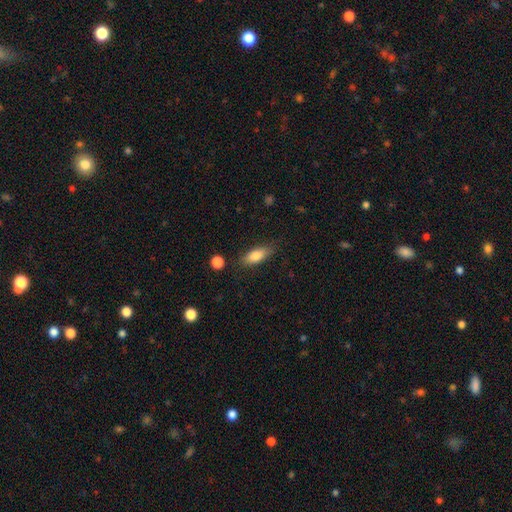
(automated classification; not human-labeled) Q: Smooth or featured?
A: smooth (80%); runner-up: featured or disk (13%)
Q: How rounded?
A: in between (72%); runner-up: cigar-shaped (25%)
Q: Merging?
A: none (80%); runner-up: minor disturbance (15%)